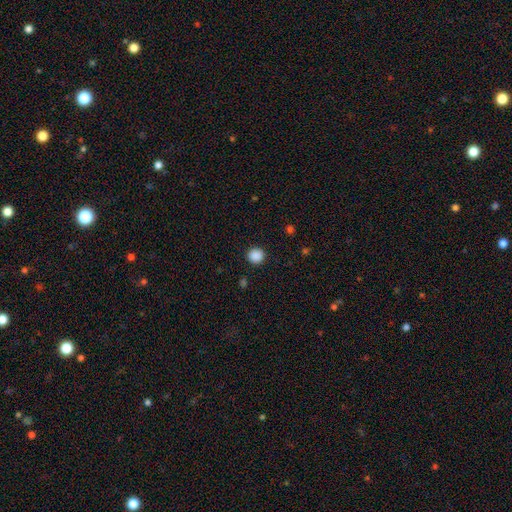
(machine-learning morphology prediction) Overall: smooth (88%). How rounded: round (93%). Merging: none (91%).